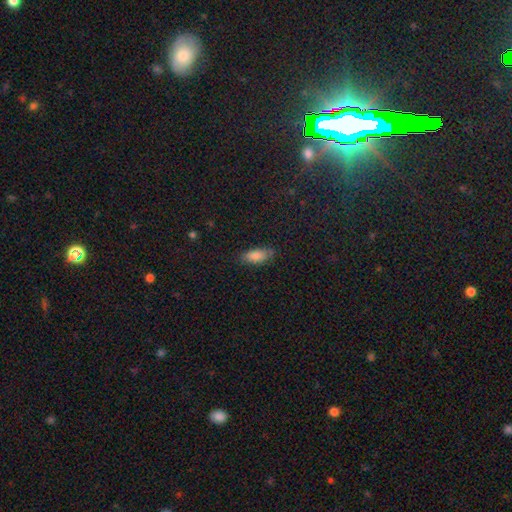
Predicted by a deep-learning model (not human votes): smooth-or-featured: smooth: 85% | star or artifact: 8% | featured or disk: 8%
  how-rounded: in between: 80% | cigar-shaped: 17% | round: 2%
  merging: none: 78% | minor disturbance: 17% | major disturbance: 4% | merger: 1%